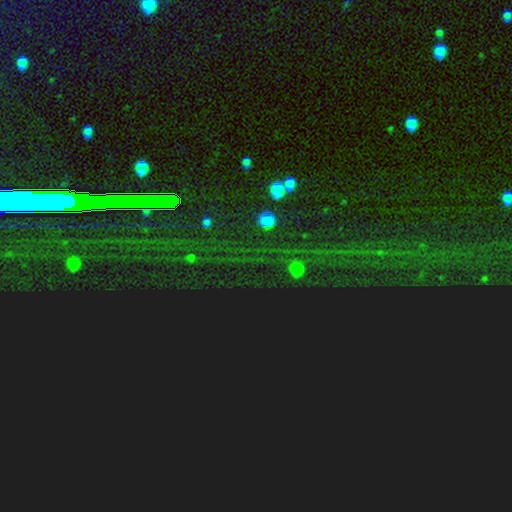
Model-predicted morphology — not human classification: star or artifact 80%, smooth 11%, featured or disk 9%.